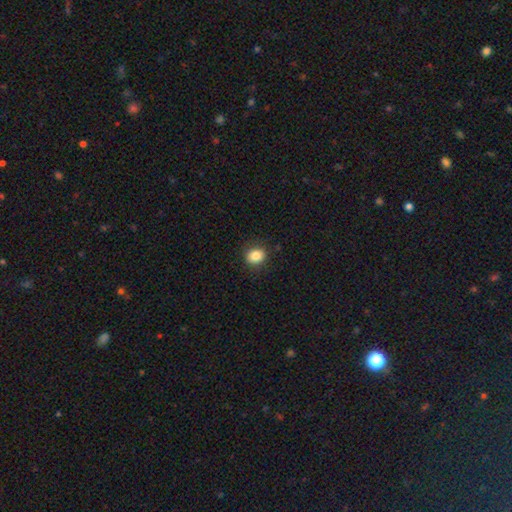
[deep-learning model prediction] smooth-or-featured: smooth: 85% | star or artifact: 10% | featured or disk: 5%
  how-rounded: round: 60% | in between: 39% | cigar-shaped: 1%
  merging: none: 86% | minor disturbance: 10% | major disturbance: 3% | merger: 1%